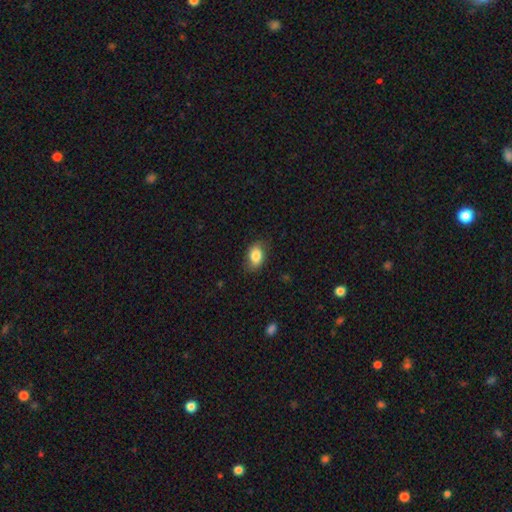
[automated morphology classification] A smooth galaxy with no disk features (84%) that is in between round and cigar-shaped (83%).

Vote fractions:
- Smooth or featured? smooth: 84% / featured or disk: 9% / star or artifact: 8%
- How rounded? in between: 83% / round: 15% / cigar-shaped: 1%
- Merging? none: 78% / minor disturbance: 17% / major disturbance: 4% / merger: 1%